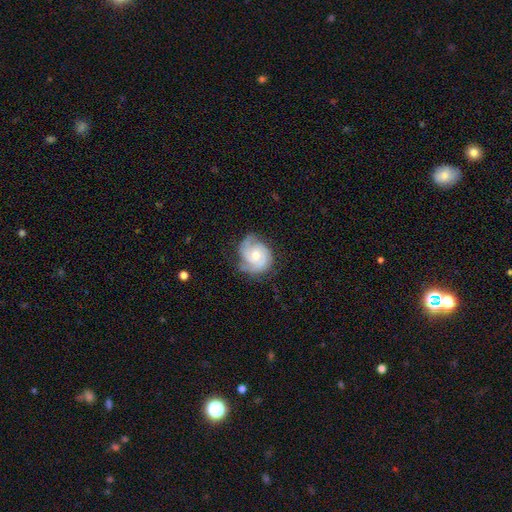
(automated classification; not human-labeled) smooth_or_featured: featured or disk (p=0.78) [alt: smooth p=0.17]
disk_edge_on: no (p=0.98) [alt: yes p=0.02]
bar: no (p=0.75) [alt: weak p=0.22]
has_spiral_arms: yes (p=0.94) [alt: no p=0.06]
spiral_winding: tight (p=0.56) [alt: medium p=0.35]
spiral_arm_count: 3 (p=0.37) [alt: 2 p=0.35]
bulge_size: moderate (p=0.61) [alt: small p=0.34]
merging: none (p=0.64) [alt: minor disturbance p=0.26]